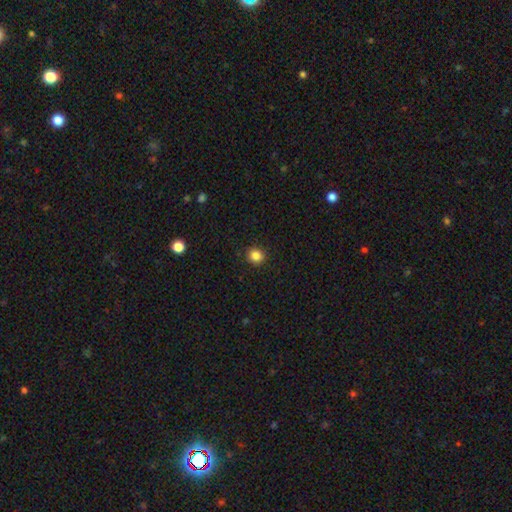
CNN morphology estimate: smooth 85%, star or artifact 11%, featured or disk 4%. Down the decision tree: how rounded — round (92%); merging — none (92%).